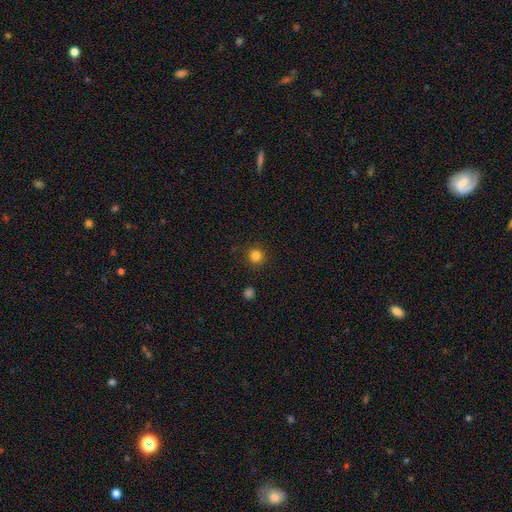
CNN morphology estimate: type=smooth (83%); roundness=round (94%); merging=none (91%).